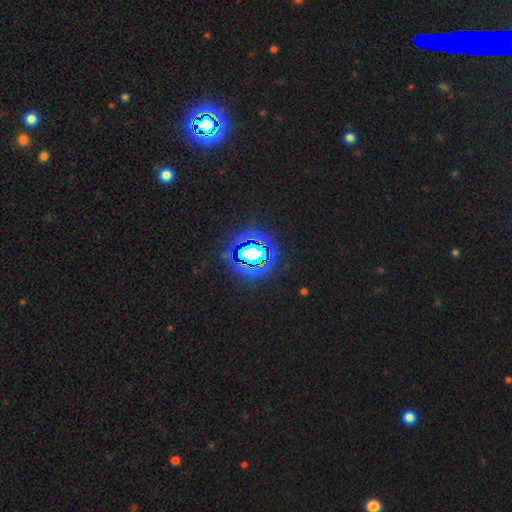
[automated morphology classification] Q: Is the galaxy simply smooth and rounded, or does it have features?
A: star or artifact — 74%.